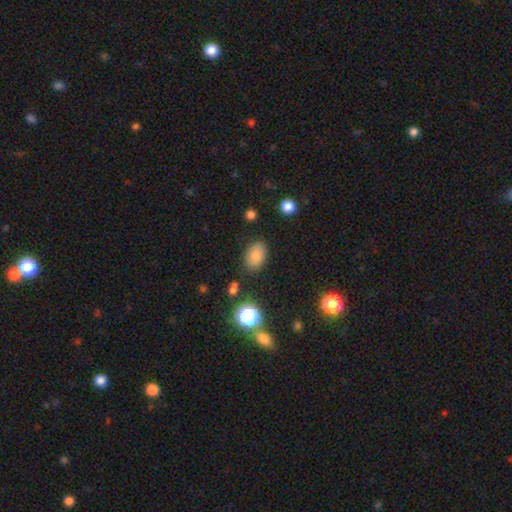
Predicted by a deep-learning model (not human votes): This is clearly a smooth galaxy (81%). How rounded: clearly in between (87%). Merging: clearly none (81%).